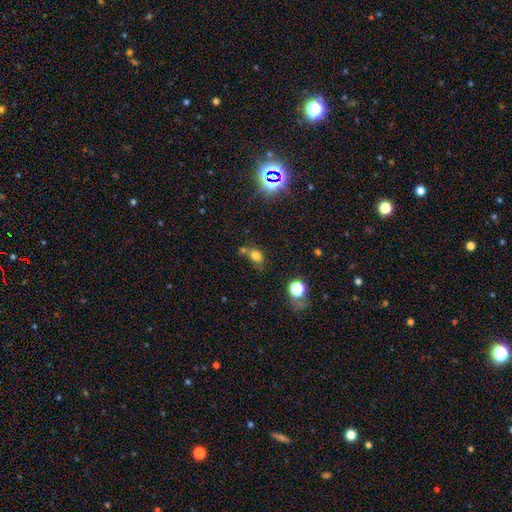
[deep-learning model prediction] Morphology: type=smooth (73%); roundness=in between (63%); merging=none (50%).